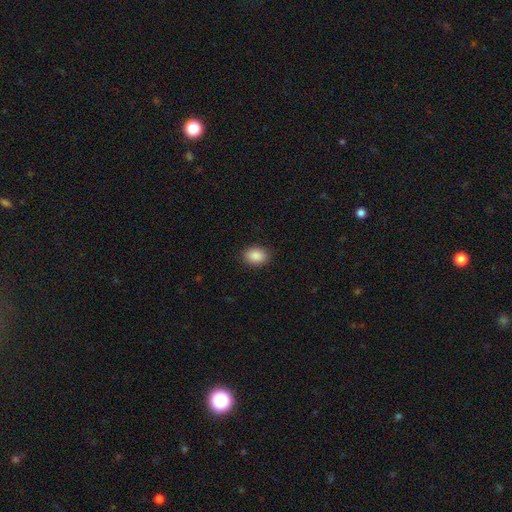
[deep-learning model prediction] Smooth or featured: smooth — 89% (star or artifact — 8%)
How rounded: in between — 73% (round — 26%)
Merging: none — 89% (minor disturbance — 8%)